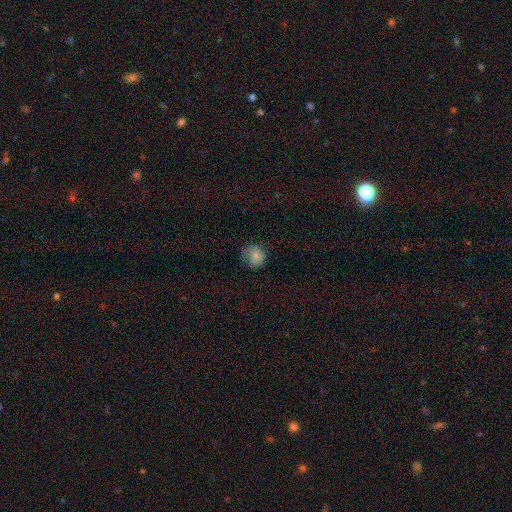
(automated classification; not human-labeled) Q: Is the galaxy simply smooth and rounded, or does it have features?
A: smooth — 78%.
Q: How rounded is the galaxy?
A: round — 80%.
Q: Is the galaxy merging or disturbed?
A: none — 58%.